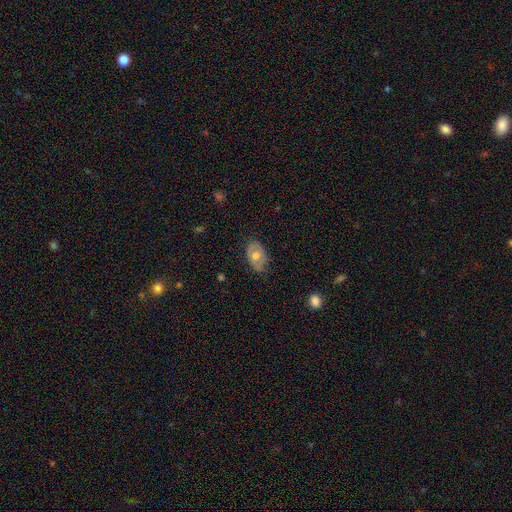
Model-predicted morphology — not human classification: smooth-or-featured: smooth: 54% | featured or disk: 38% | star or artifact: 8%
  how-rounded: in between: 86% | round: 12% | cigar-shaped: 2%
  merging: none: 74% | minor disturbance: 21% | major disturbance: 4% | merger: 1%